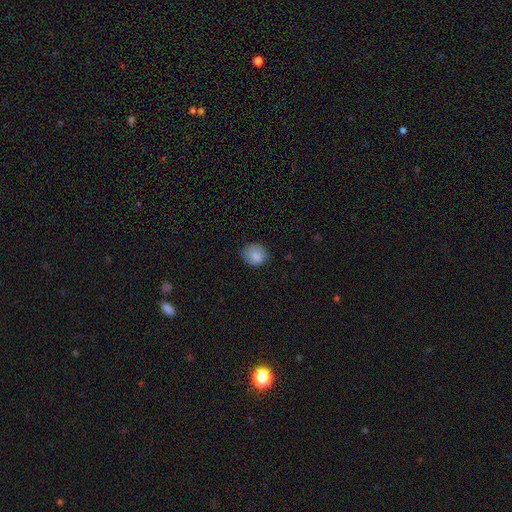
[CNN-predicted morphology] Smooth or featured?
  - smooth: 84% *
  - featured or disk: 8%
  - star or artifact: 8%
How rounded?
  - round: 76% *
  - in between: 23%
  - cigar-shaped: 1%
Merging?
  - none: 72% *
  - minor disturbance: 22%
  - major disturbance: 5%
  - merger: 1%